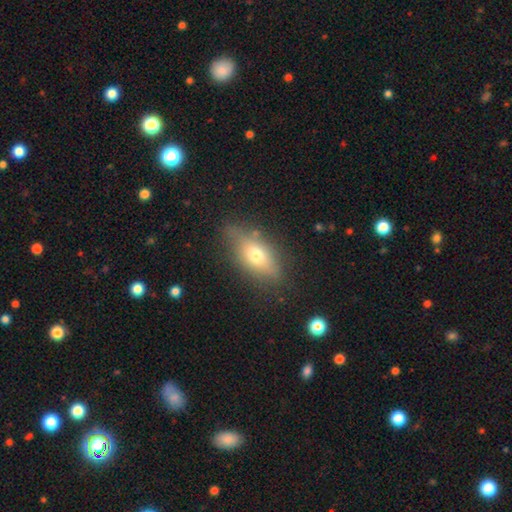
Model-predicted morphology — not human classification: This appears to be a smooth galaxy with no disk features (63%) that is in between round and cigar-shaped (78%). Merging: none (72%).